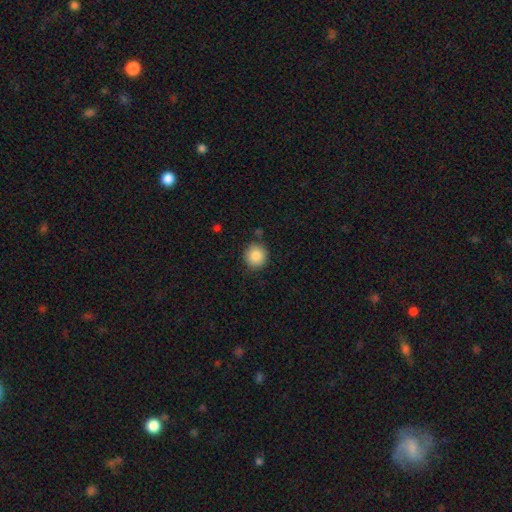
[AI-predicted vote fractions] This appears to be a smooth galaxy with no disk features (87%) that is round (91%). Merging: none (86%).